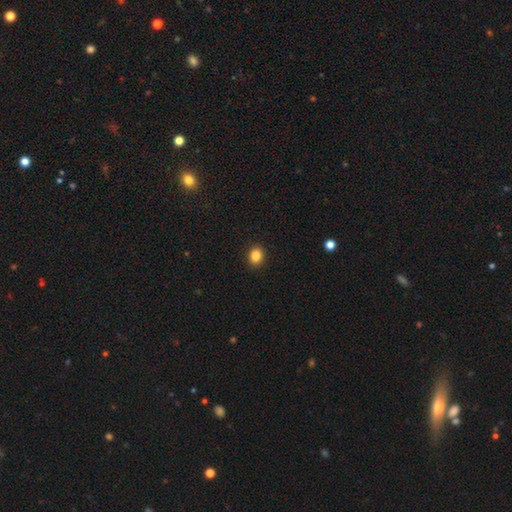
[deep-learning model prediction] A smooth galaxy with no disk features (85%) that is round (61%). Merging: none (92%).